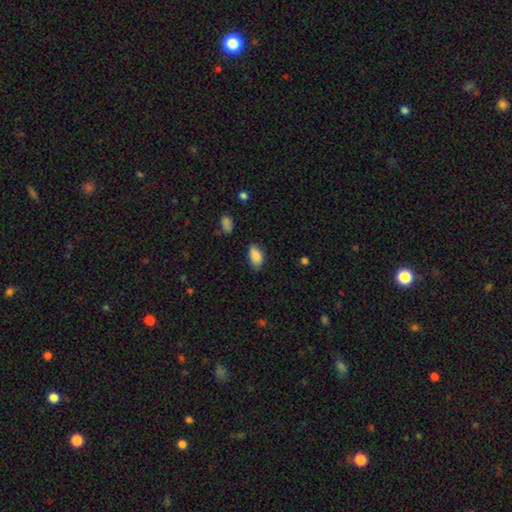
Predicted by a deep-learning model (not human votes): Smooth or featured: smooth — 88% (star or artifact — 7%)
How rounded: in between — 93% (round — 5%)
Merging: none — 75% (minor disturbance — 20%)